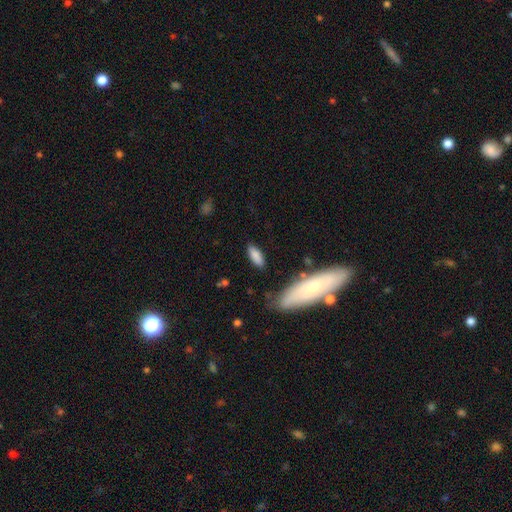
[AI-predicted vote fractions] Smooth or featured? Predicted: smooth (p=0.84). How rounded? Predicted: in between (p=0.70). Merging? Predicted: none (p=0.81).